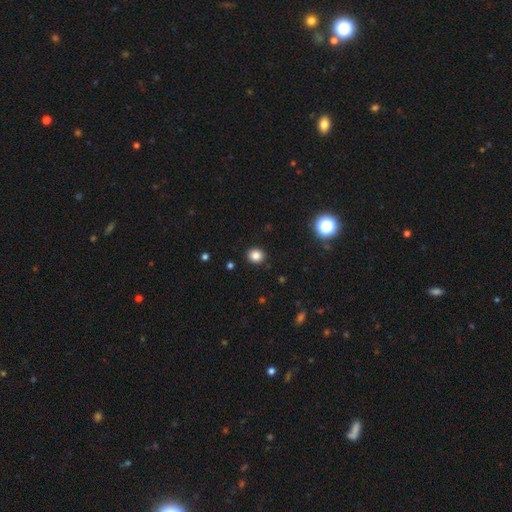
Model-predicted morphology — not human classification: smooth 84%, star or artifact 11%, featured or disk 4%. Down the decision tree: how rounded — round (77%); merging — none (91%).